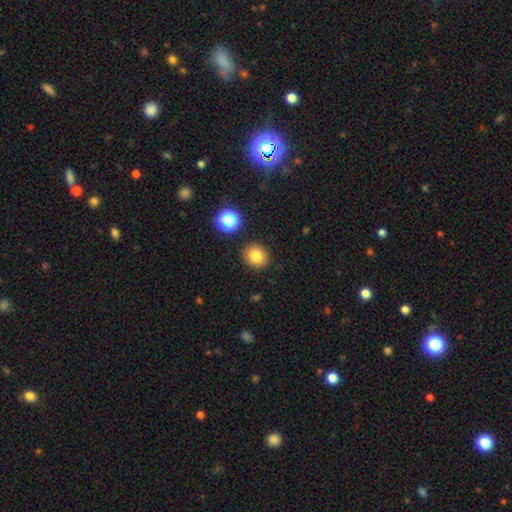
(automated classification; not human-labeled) Overall: smooth (81%). How rounded: round (85%). Merging: none (89%).